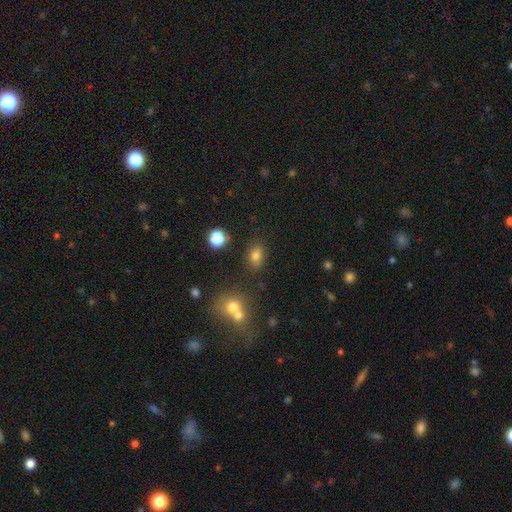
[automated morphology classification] type=smooth (75%); roundness=in between (68%); merging=none (76%).